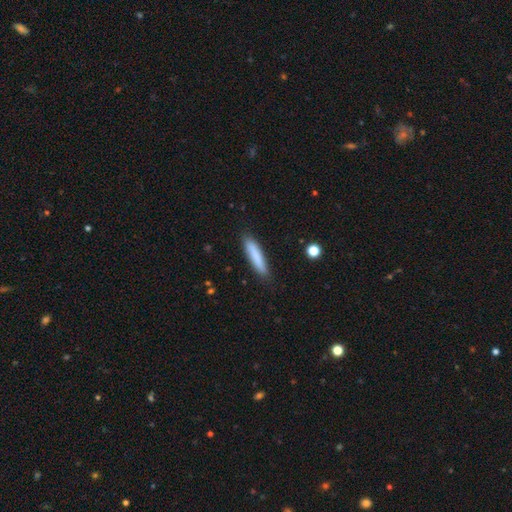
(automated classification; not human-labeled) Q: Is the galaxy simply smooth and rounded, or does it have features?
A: smooth — 83%.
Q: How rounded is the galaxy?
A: cigar-shaped — 85%.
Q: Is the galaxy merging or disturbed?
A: none — 85%.